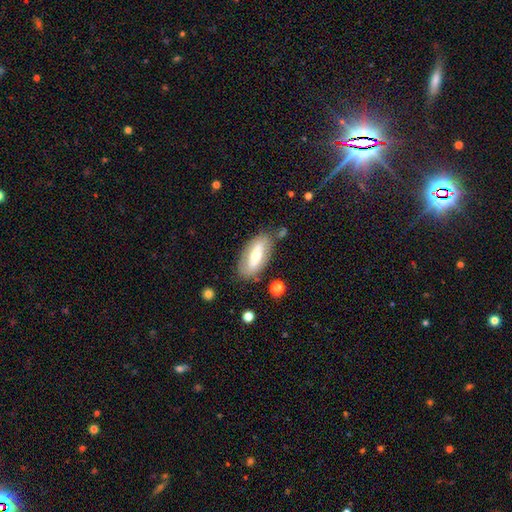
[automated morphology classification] This appears to be a smooth galaxy with no disk features (49%). Merging: none (77%).